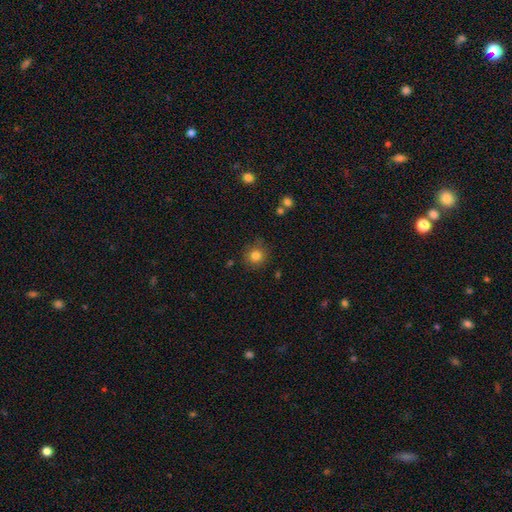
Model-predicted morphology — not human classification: Smooth or featured? smooth (83%)
How rounded? round (90%)
Merging? none (83%)